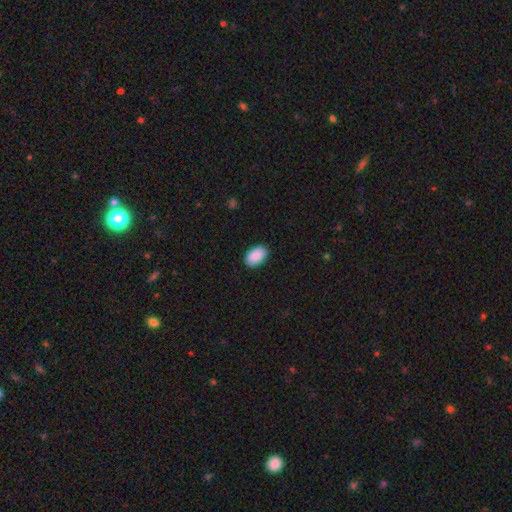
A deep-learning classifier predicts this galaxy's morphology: type=smooth (90%); roundness=in between (93%); merging=none (88%).